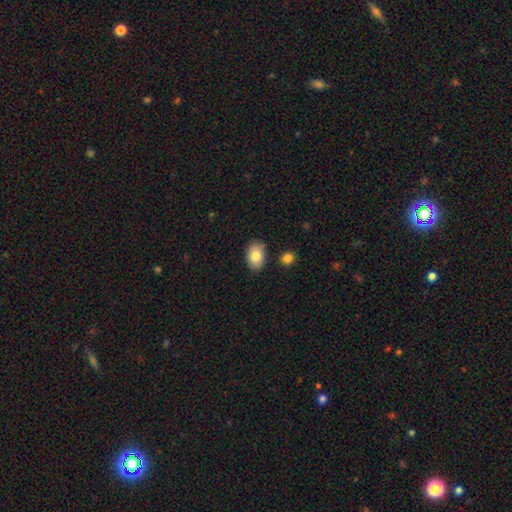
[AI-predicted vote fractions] Smooth or featured?
  - smooth: 83% *
  - featured or disk: 10%
  - star or artifact: 7%
How rounded?
  - in between: 85% *
  - round: 14%
  - cigar-shaped: 1%
Merging?
  - none: 82% *
  - minor disturbance: 12%
  - merger: 3%
  - major disturbance: 2%